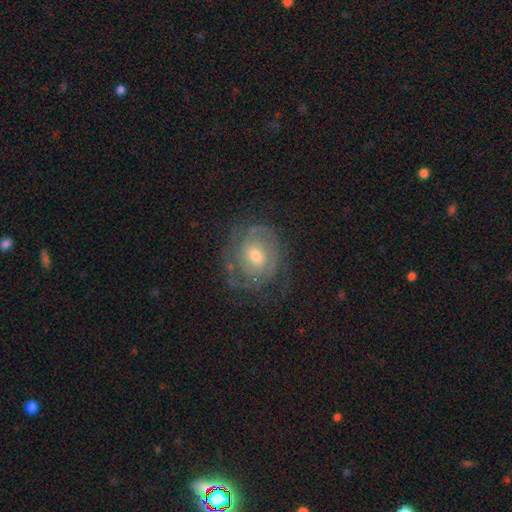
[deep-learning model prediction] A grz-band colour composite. It shows a featured or disk galaxy (79%) with no bar (60%), tight (67%) spiral arms (90%) and a moderate central bulge (59%). Merging: none (71%).